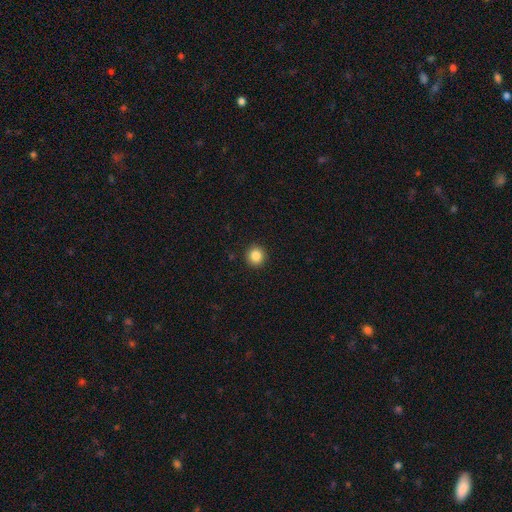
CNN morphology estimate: smooth_or_featured: smooth (p=0.86) [alt: star or artifact p=0.10]
how_rounded: round (p=0.94) [alt: in between p=0.05]
merging: none (p=0.93) [alt: minor disturbance p=0.05]